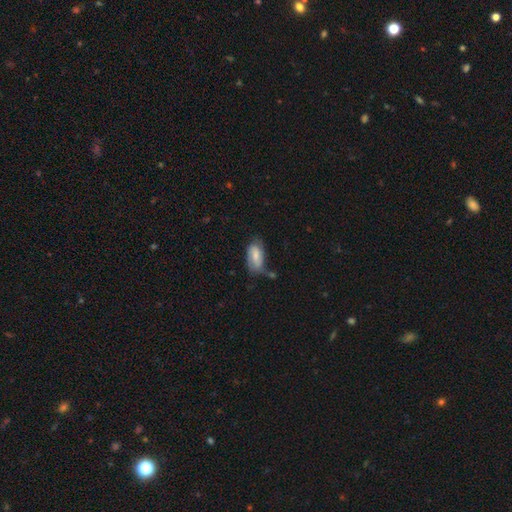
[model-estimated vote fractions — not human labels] Smooth or featured: smooth — 59% (featured or disk — 34%)
How rounded: in between — 91% (cigar-shaped — 5%)
Merging: none — 48% (minor disturbance — 32%)